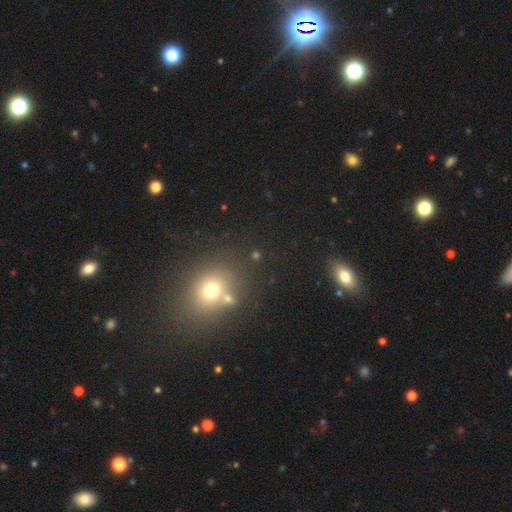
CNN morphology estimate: This is possibly a smooth galaxy (56%). How rounded: likely round (65%). Merging: likely none (70%).